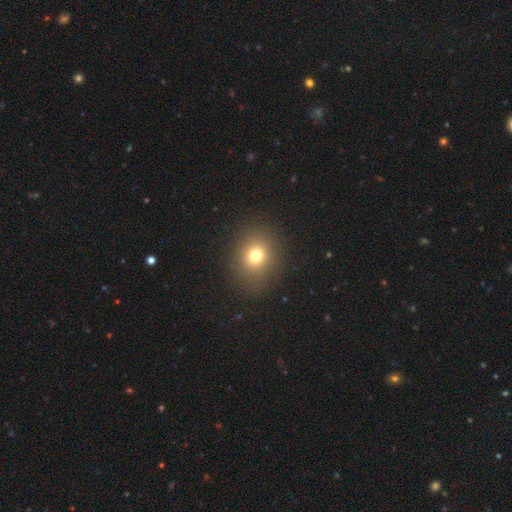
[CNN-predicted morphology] Q: Smooth or featured?
A: smooth (74%); runner-up: star or artifact (16%)
Q: How rounded?
A: round (64%); runner-up: in between (35%)
Q: Merging?
A: none (88%); runner-up: minor disturbance (7%)